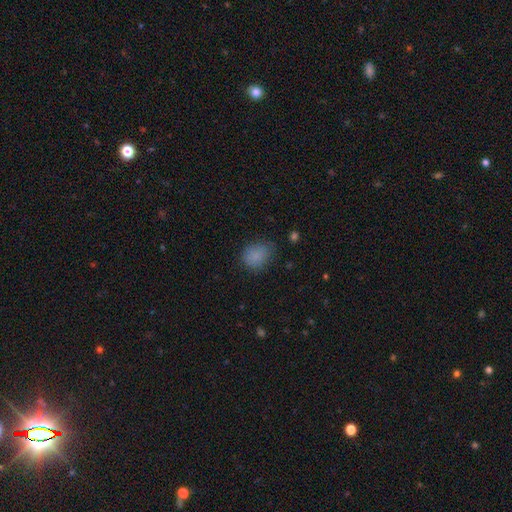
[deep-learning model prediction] This is clearly a smooth galaxy (83%). How rounded: possibly round (53%). Merging: likely none (70%).